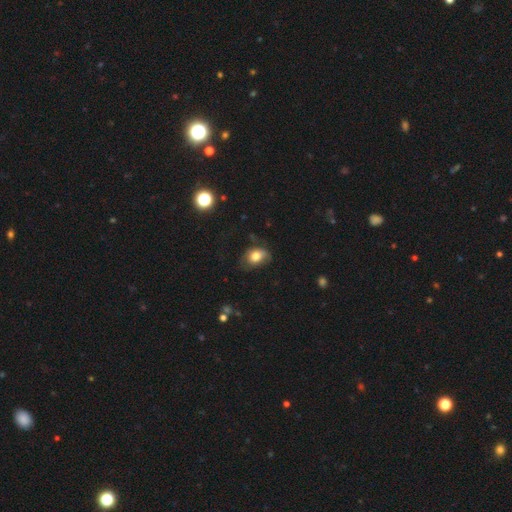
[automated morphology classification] Smooth or featured: smooth — 76% (featured or disk — 14%)
How rounded: in between — 70% (round — 29%)
Merging: none — 53% (minor disturbance — 32%)